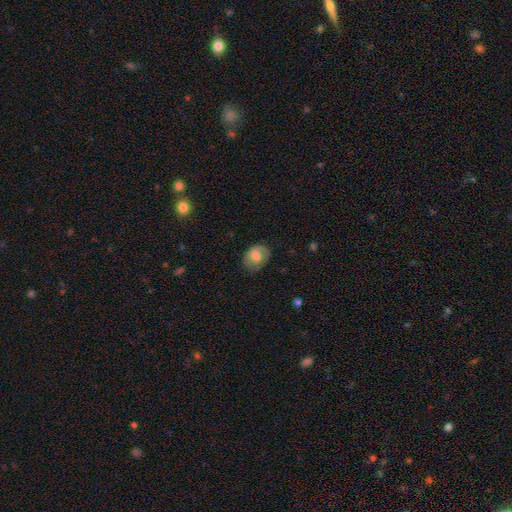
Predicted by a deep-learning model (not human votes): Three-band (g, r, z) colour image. It shows a smooth galaxy with no disk features (58%) that is in between round and cigar-shaped (62%). Merging: none (66%).